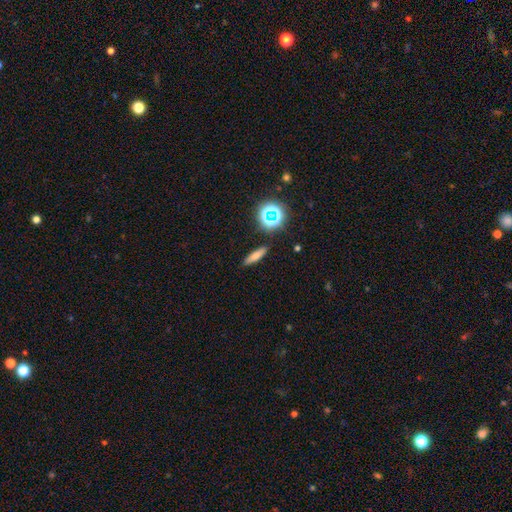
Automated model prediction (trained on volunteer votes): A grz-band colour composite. It shows a smooth galaxy with no disk features (71%) that is cigar-shaped (72%). Merging: none (88%).